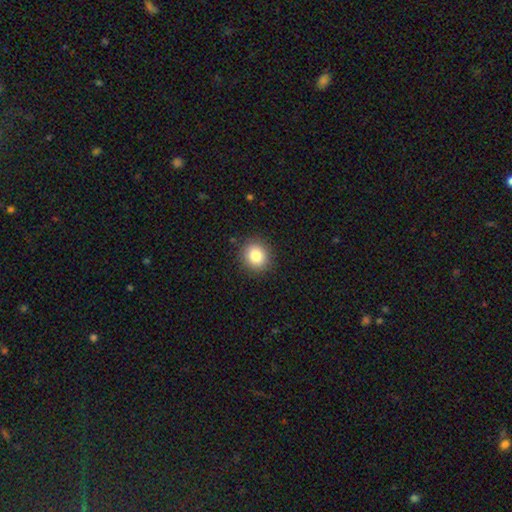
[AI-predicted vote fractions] Morphology: type=smooth (84%); roundness=round (84%); merging=none (90%).